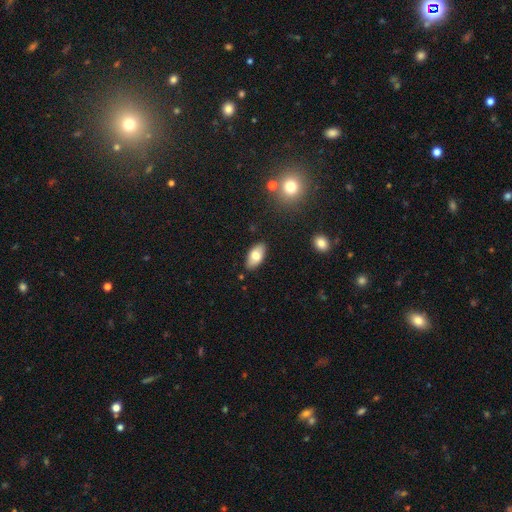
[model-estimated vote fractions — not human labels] smooth-or-featured: smooth: 76% | featured or disk: 17% | star or artifact: 7%
  how-rounded: in between: 93% | cigar-shaped: 4% | round: 3%
  merging: none: 85% | minor disturbance: 11% | major disturbance: 2% | merger: 2%